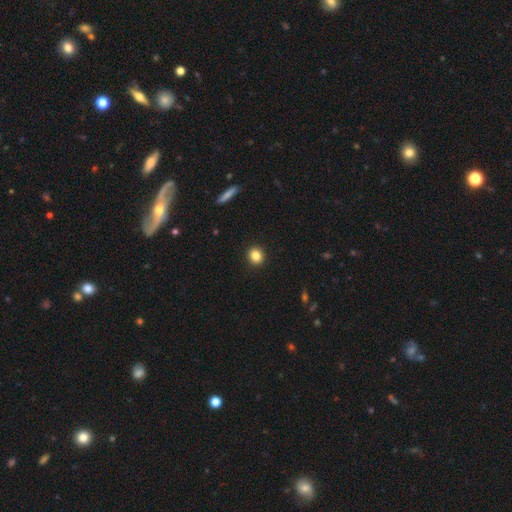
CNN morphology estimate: Smooth or featured?
  - smooth: 85% *
  - star or artifact: 10%
  - featured or disk: 5%
How rounded?
  - round: 85% *
  - in between: 14%
  - cigar-shaped: 1%
Merging?
  - none: 93% *
  - minor disturbance: 5%
  - major disturbance: 2%
  - merger: 1%